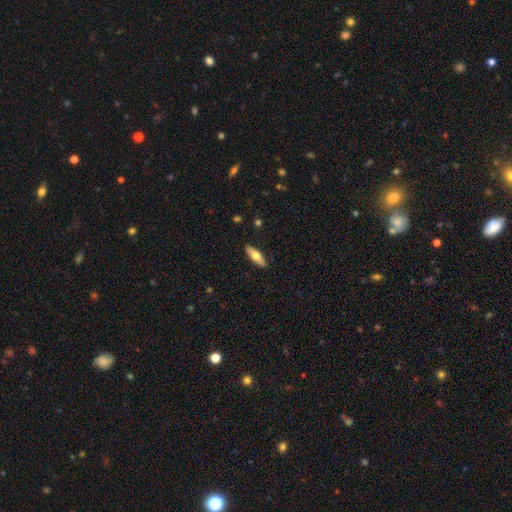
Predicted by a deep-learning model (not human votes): This appears to be a smooth galaxy with no disk features (56%) that is in between round and cigar-shaped (50%). Merging: none (89%).